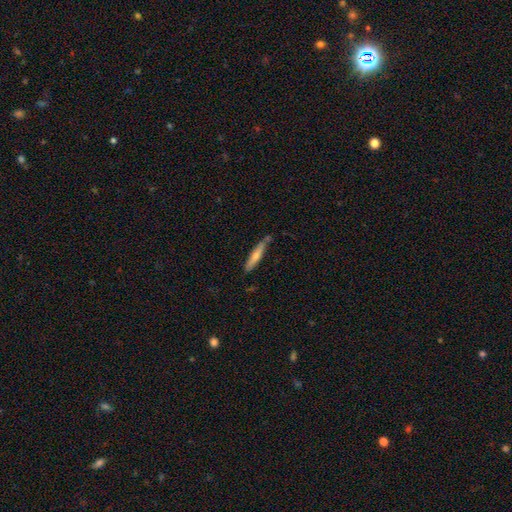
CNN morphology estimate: A smooth galaxy with no disk features (49%).

Vote fractions:
- Smooth or featured? smooth: 49% / featured or disk: 45% / star or artifact: 6%
- Merging? none: 78% / minor disturbance: 16% / merger: 4% / major disturbance: 3%